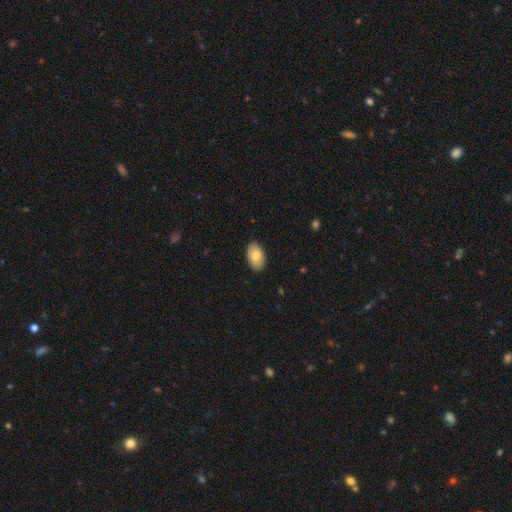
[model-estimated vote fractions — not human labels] Smooth or featured: smooth — 77% (featured or disk — 17%)
How rounded: in between — 94% (round — 5%)
Merging: none — 87% (minor disturbance — 10%)